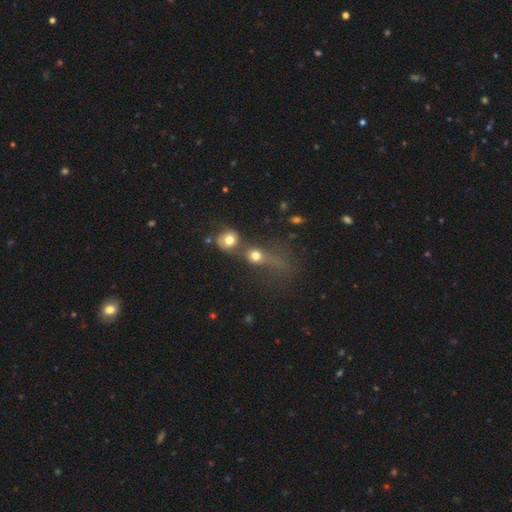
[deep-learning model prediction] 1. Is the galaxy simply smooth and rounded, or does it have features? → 69% smooth, 16% featured or disk, 15% star or artifact.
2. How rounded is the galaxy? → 70% round, 26% in between, 5% cigar-shaped.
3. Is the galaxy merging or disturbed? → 42% merger, 24% none, 23% major disturbance, 11% minor disturbance.